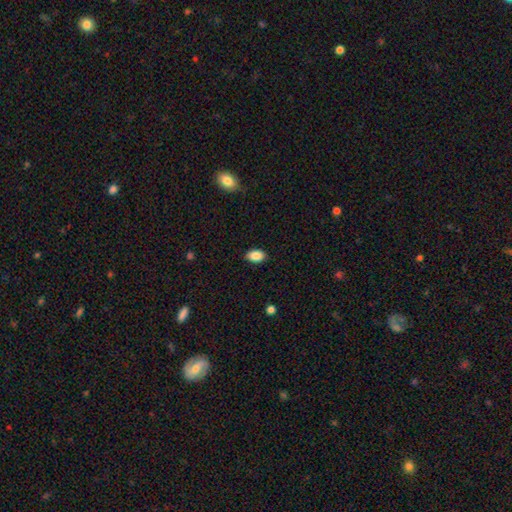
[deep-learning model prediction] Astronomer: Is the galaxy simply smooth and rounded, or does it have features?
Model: smooth — 87%.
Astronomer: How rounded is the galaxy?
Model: in between — 90%.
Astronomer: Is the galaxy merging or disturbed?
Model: none — 88%.